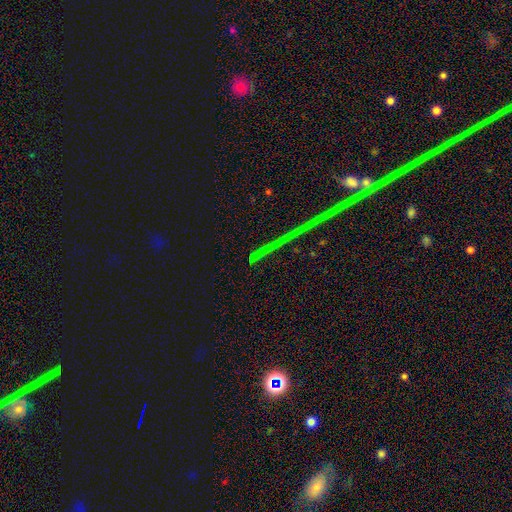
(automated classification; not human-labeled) Smooth or featured? Predicted: star or artifact (p=0.84).